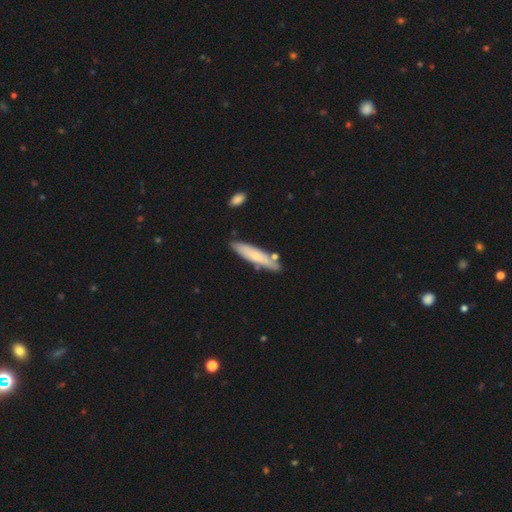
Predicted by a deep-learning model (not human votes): The model was most divided on "smooth or featured": smooth: 60%, featured or disk: 35%, star or artifact: 6%. More confident: how rounded — cigar-shaped (82%); merging — none (79%).